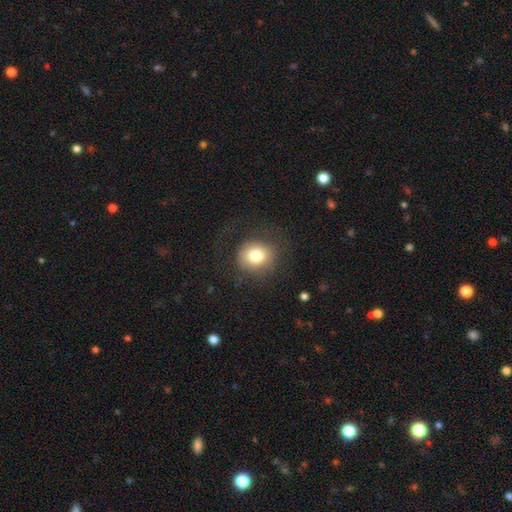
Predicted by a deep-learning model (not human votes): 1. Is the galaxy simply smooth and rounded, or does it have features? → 78% smooth, 11% featured or disk, 11% star or artifact.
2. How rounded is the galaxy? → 83% round, 16% in between, 1% cigar-shaped.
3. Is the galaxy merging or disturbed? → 77% none, 13% minor disturbance, 9% major disturbance, 1% merger.